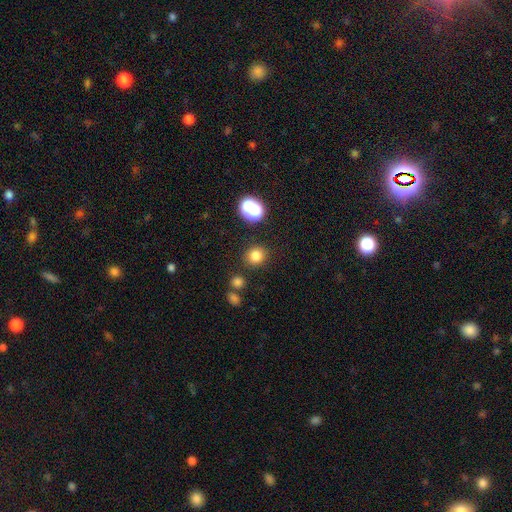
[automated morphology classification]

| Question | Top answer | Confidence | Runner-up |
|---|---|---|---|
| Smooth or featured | smooth | 79% | star or artifact (15%) |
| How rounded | round | 85% | in between (14%) |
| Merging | none | 86% | minor disturbance (7%) |